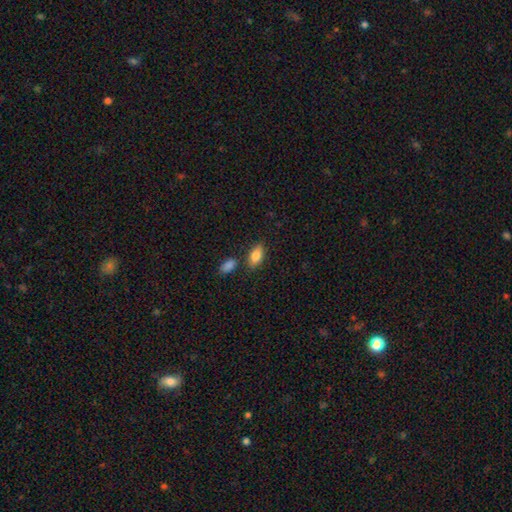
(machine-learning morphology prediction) smooth 82%, featured or disk 11%, star or artifact 7%. Down the decision tree: how rounded — in between (88%); merging — none (76%).